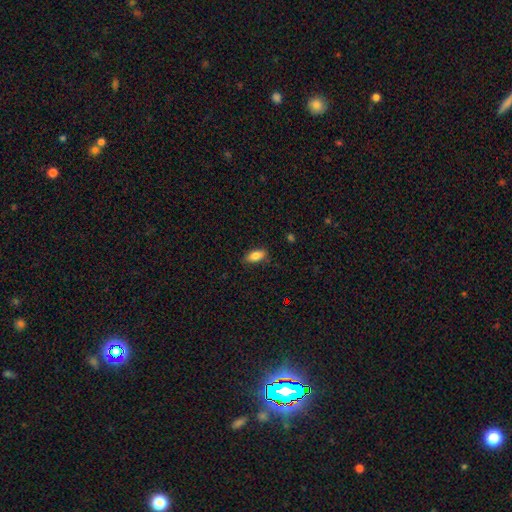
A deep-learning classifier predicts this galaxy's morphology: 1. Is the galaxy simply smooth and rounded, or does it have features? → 83% smooth, 10% featured or disk, 8% star or artifact.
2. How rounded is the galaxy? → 89% in between, 8% cigar-shaped, 3% round.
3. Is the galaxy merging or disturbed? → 83% none, 13% minor disturbance, 2% major disturbance, 1% merger.